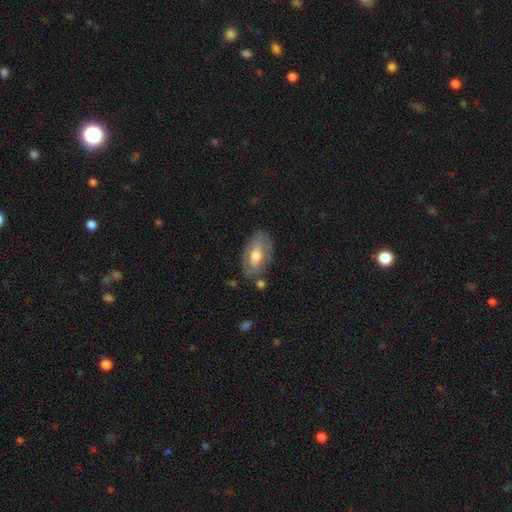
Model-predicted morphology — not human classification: smooth_or_featured: featured or disk (p=0.55) [alt: smooth p=0.39]
disk_edge_on: no (p=0.86) [alt: yes p=0.14]
merging: none (p=0.72) [alt: minor disturbance p=0.19]